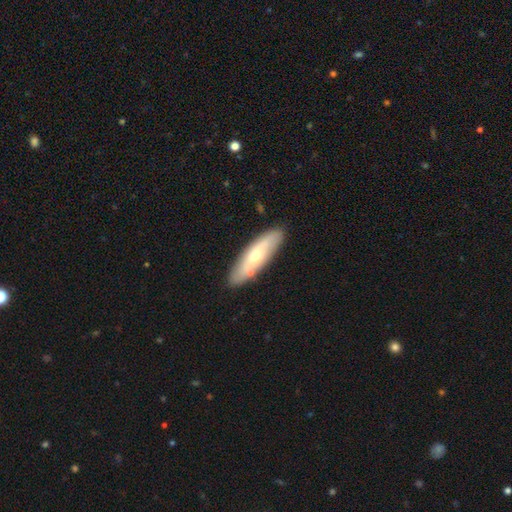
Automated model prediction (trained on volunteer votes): smooth-or-featured: smooth: 51% | featured or disk: 43% | star or artifact: 5%
  how-rounded: cigar-shaped: 56% | in between: 42% | round: 2%
  merging: none: 84% | minor disturbance: 11% | merger: 3% | major disturbance: 2%